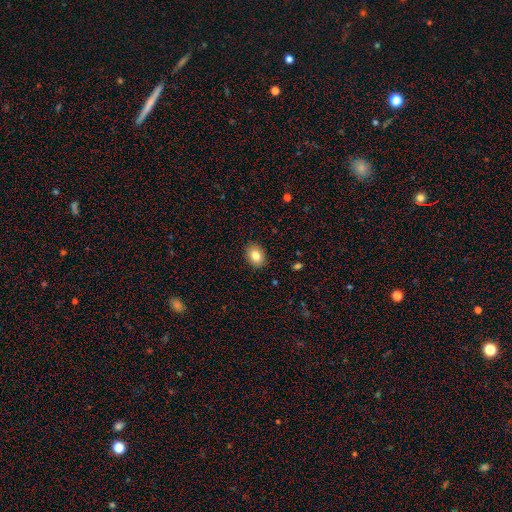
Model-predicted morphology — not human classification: A smooth galaxy with no disk features (83%) that is in between round and cigar-shaped (66%).

Vote fractions:
- Smooth or featured? smooth: 83% / star or artifact: 9% / featured or disk: 8%
- How rounded? in between: 66% / round: 33% / cigar-shaped: 1%
- Merging? none: 89% / minor disturbance: 8% / major disturbance: 2% / merger: 1%